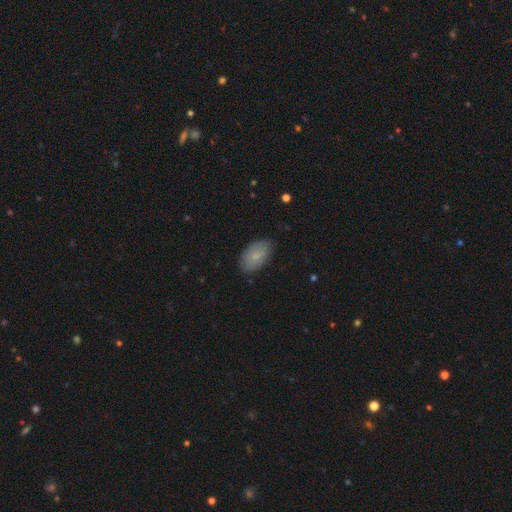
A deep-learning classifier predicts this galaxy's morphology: This is clearly a smooth galaxy (81%). How rounded: clearly in between (94%). Merging: clearly none (83%).